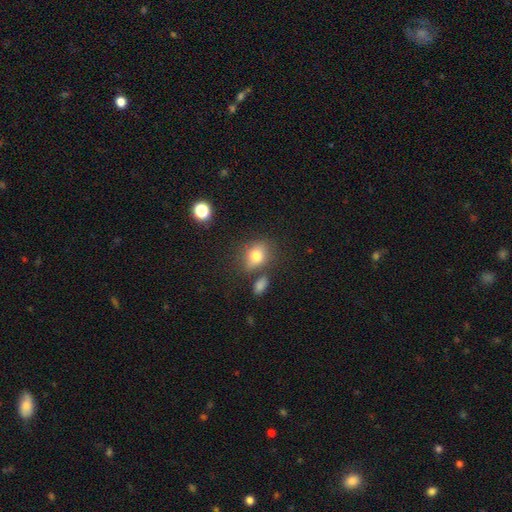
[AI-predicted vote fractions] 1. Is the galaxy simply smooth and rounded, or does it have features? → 75% smooth, 12% featured or disk, 12% star or artifact.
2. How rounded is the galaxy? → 55% in between, 44% round, 2% cigar-shaped.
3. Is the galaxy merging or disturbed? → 67% none, 16% minor disturbance, 11% merger, 6% major disturbance.